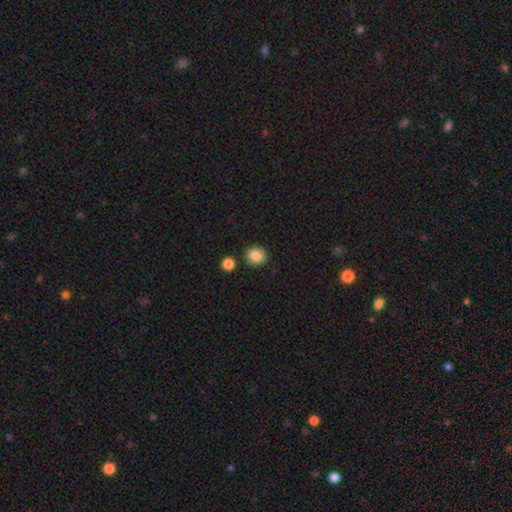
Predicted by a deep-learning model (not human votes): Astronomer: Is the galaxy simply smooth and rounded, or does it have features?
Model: smooth — 86%.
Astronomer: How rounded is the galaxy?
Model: round — 81%.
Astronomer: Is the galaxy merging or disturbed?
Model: none — 87%.